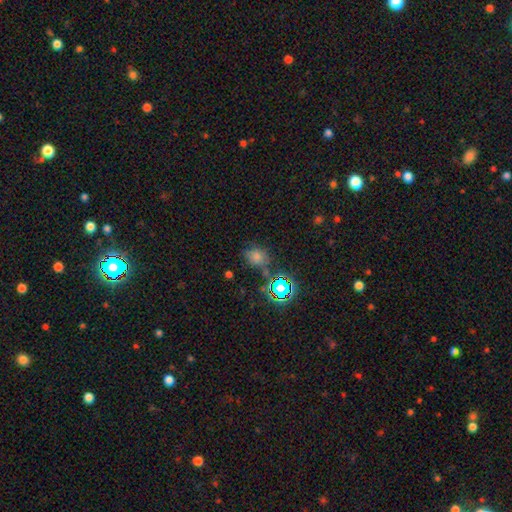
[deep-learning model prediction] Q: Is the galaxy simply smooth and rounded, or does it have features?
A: smooth — 53%.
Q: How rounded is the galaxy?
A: round — 68%.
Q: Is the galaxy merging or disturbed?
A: none — 70%.